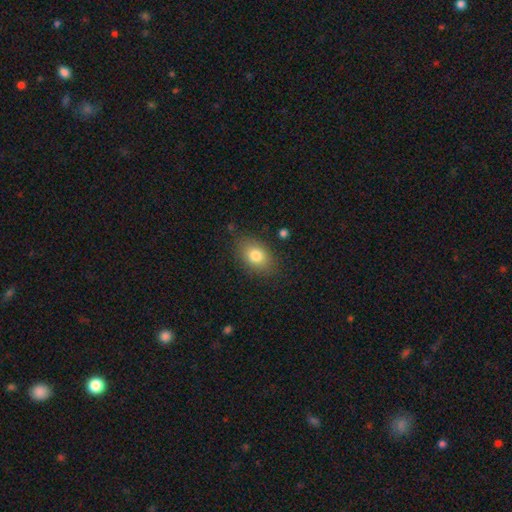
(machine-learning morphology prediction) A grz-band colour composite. It shows a smooth galaxy with no disk features (81%) that is in between round and cigar-shaped (78%). Merging: none (81%).